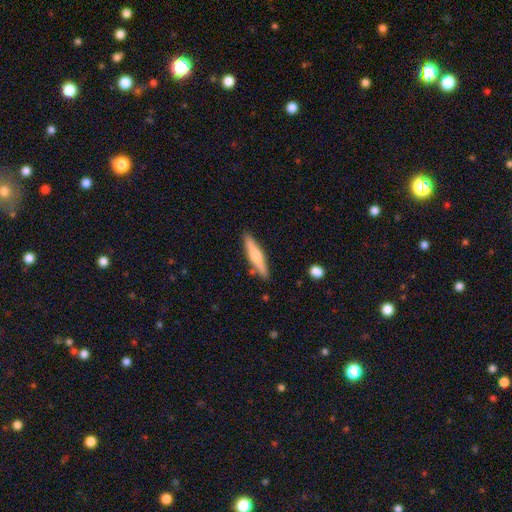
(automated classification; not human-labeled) Morphology: type=smooth (50%); merging=none (86%).